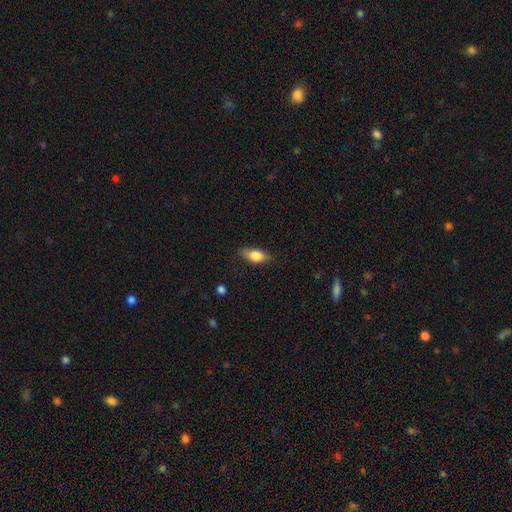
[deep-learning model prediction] Smooth or featured? Predicted: smooth (p=0.79). How rounded? Predicted: in between (p=0.84). Merging? Predicted: none (p=0.80).